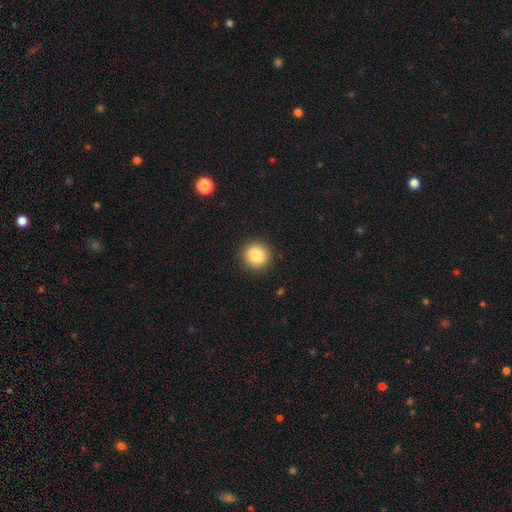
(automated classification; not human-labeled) Morphology: type=smooth (87%); roundness=round (91%); merging=none (91%).